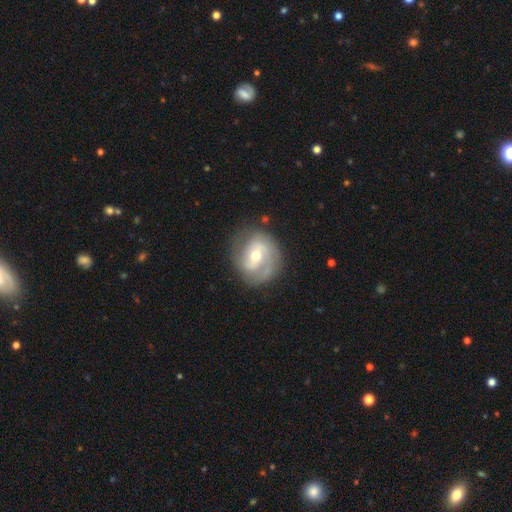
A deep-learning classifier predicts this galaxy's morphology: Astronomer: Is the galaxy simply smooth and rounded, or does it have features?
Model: featured or disk — 78%.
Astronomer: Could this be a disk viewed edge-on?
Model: no — 97%.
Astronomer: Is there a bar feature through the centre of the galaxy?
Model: weak — 44% (runner-up: no, 41%).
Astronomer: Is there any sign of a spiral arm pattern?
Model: yes — 92%.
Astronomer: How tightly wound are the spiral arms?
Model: medium — 43% (runner-up: tight, 38%).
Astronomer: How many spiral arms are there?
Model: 2 — 60%.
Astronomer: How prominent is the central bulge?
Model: moderate — 60%.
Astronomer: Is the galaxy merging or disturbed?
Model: none — 72%.